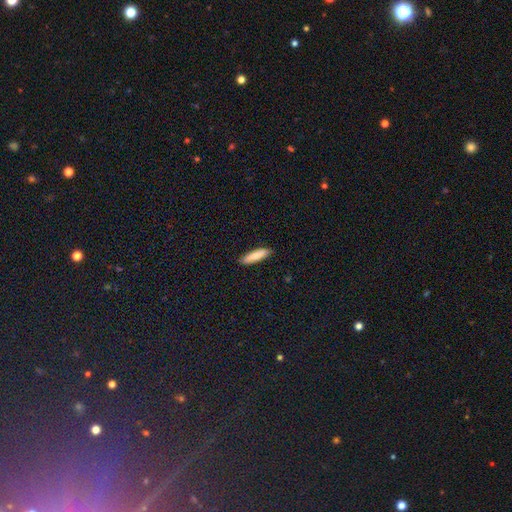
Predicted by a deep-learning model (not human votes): smooth-or-featured: smooth: 85% | featured or disk: 10% | star or artifact: 5%
  how-rounded: cigar-shaped: 77% | in between: 22% | round: 1%
  merging: none: 89% | minor disturbance: 8% | major disturbance: 2% | merger: 1%